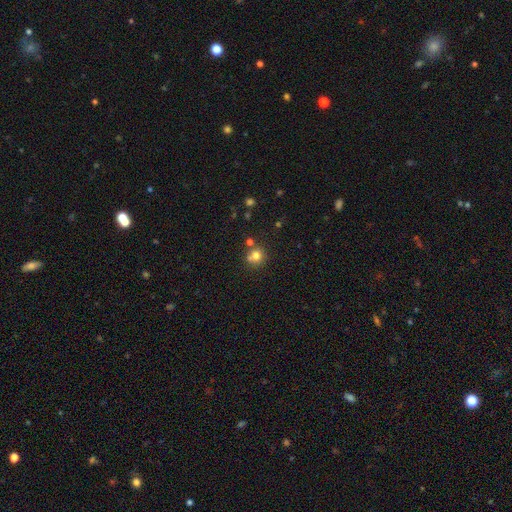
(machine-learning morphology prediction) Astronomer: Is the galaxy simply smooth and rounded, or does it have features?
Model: smooth — 75%.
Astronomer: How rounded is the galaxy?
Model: round — 88%.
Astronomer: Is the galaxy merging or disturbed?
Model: none — 62%.